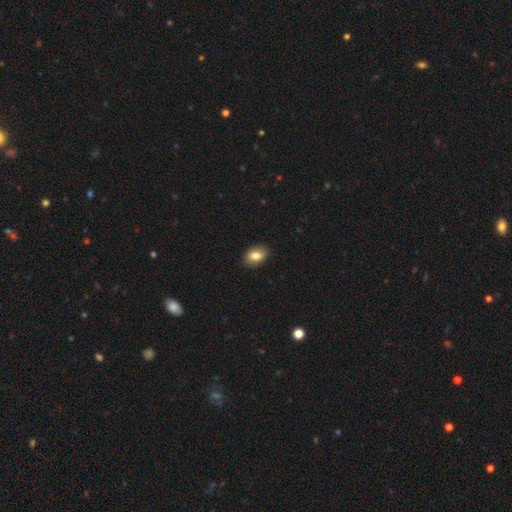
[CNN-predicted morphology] smooth_or_featured: smooth (p=0.83) [alt: featured or disk p=0.09]
how_rounded: in between (p=0.79) [alt: round p=0.20]
merging: none (p=0.88) [alt: minor disturbance p=0.09]